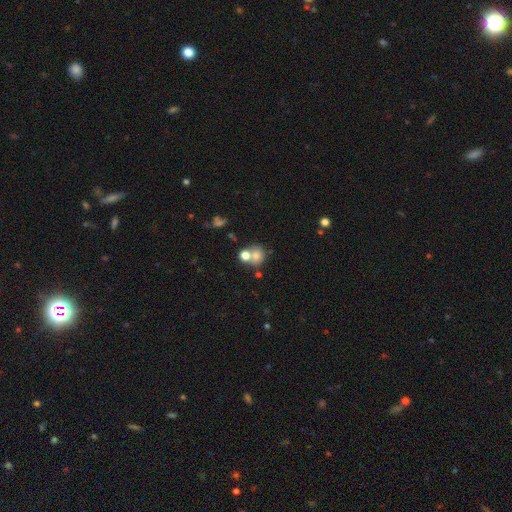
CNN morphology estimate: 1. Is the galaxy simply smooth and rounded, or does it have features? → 72% smooth, 15% featured or disk, 13% star or artifact.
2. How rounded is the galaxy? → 75% round, 24% in between, 1% cigar-shaped.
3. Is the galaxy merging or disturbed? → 44% merger, 41% none, 10% minor disturbance, 5% major disturbance.